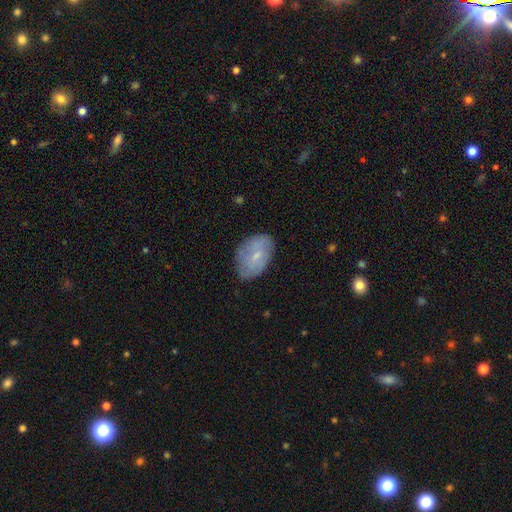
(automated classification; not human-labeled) A smooth galaxy with no disk features (53%) that is in between round and cigar-shaped (88%). Merging: none (71%).